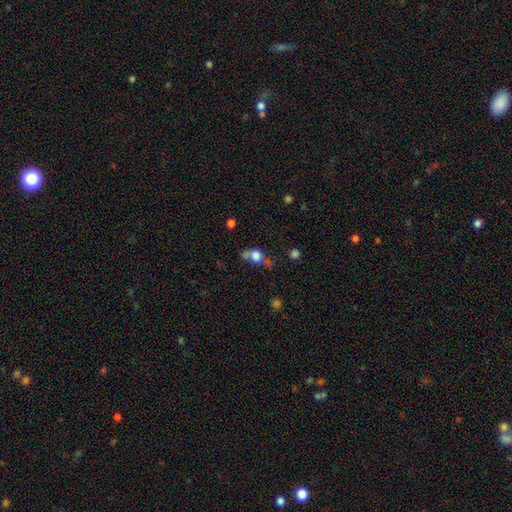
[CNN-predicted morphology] This appears to be a smooth galaxy with no disk features (69%) that is round (54%). Merging: none (41%).